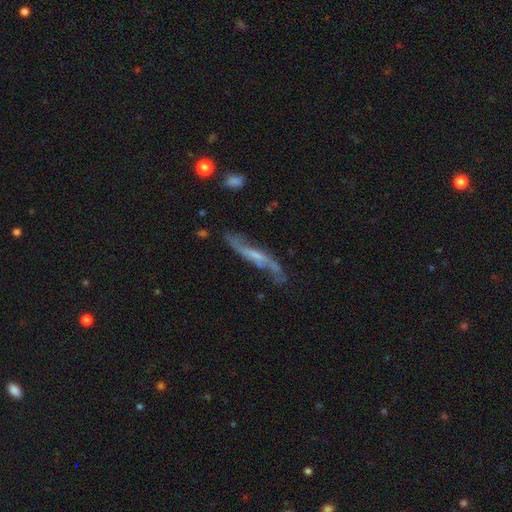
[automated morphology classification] This is likely a featured or disk galaxy (75%). It is possibly not viewed edge-on (56%). Merging: likely none (67%).